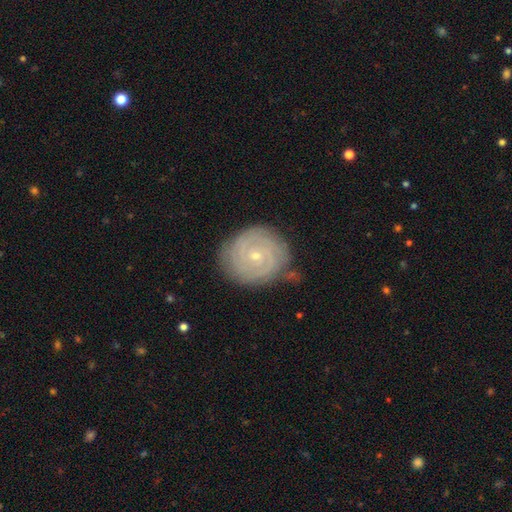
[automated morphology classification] smooth-or-featured: featured or disk: 79% | smooth: 14% | star or artifact: 7%
  disk-edge-on: no: 98% | yes: 2%
    bar: no: 71% | weak: 25% | strong: 5%
    has-spiral-arms: yes: 93% | no: 7%
      spiral-winding: tight: 80% | medium: 16% | loose: 4%
      spiral-arm-count: can't tell: 31% (tied) | 2: 31% (tied) | 3: 17% | 4: 10% | more than 4: 6% | 1: 5%
    bulge-size: small: 76% | moderate: 21% | none: 1% | large: 1% | dominant: 1%
  merging: none: 78% | minor disturbance: 16% | major disturbance: 4% | merger: 2%